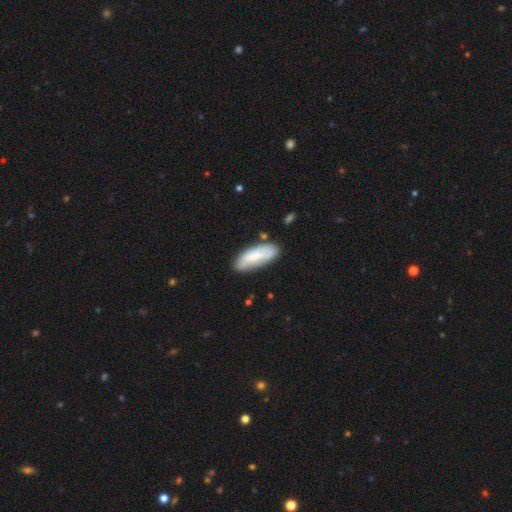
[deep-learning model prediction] Smooth or featured?
  - smooth: 67% *
  - featured or disk: 27%
  - star or artifact: 6%
How rounded?
  - in between: 73% *
  - cigar-shaped: 25%
  - round: 2%
Merging?
  - none: 72% *
  - minor disturbance: 20%
  - major disturbance: 5%
  - merger: 4%